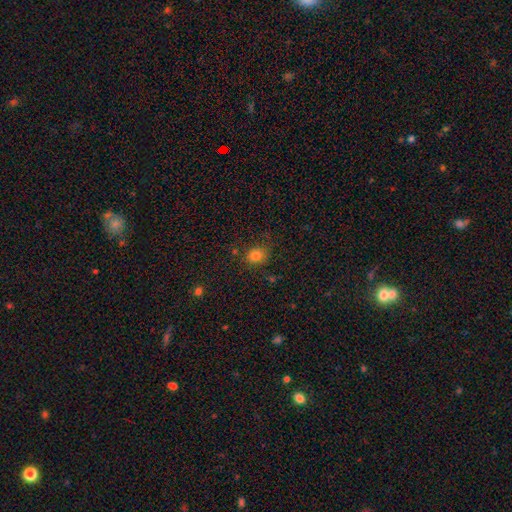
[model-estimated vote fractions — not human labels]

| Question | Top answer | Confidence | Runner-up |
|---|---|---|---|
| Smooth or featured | smooth | 80% | star or artifact (13%) |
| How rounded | round | 59% | in between (40%) |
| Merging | none | 78% | minor disturbance (15%) |